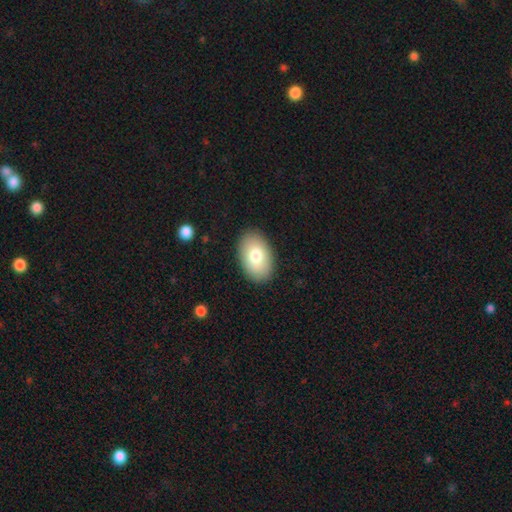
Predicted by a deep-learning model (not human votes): smooth_or_featured: smooth (p=0.78) [alt: featured or disk p=0.15]
how_rounded: in between (p=0.91) [alt: round p=0.08]
merging: none (p=0.88) [alt: minor disturbance p=0.08]